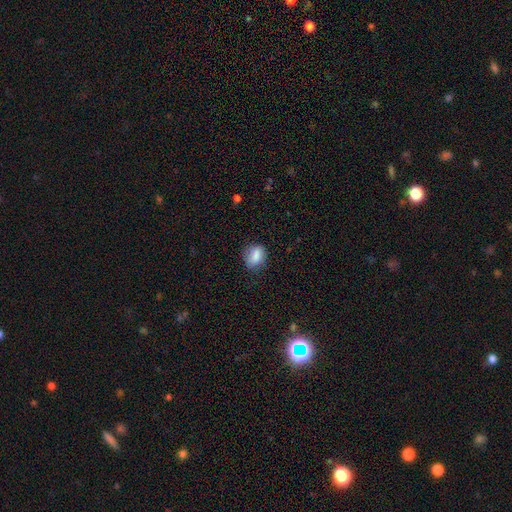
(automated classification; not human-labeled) The model was most divided on "how rounded": in between: 60%, round: 38%, cigar-shaped: 2%. More confident: smooth or featured — smooth (83%); merging — none (69%).